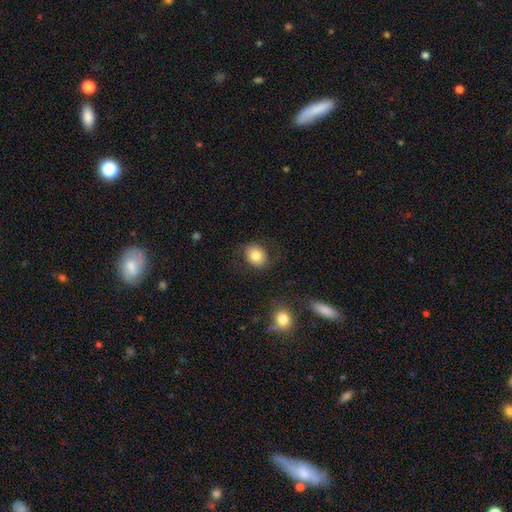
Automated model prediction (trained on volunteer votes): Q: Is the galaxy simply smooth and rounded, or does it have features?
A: smooth — 80%.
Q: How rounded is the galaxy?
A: round — 56%.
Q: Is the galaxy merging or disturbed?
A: none — 79%.